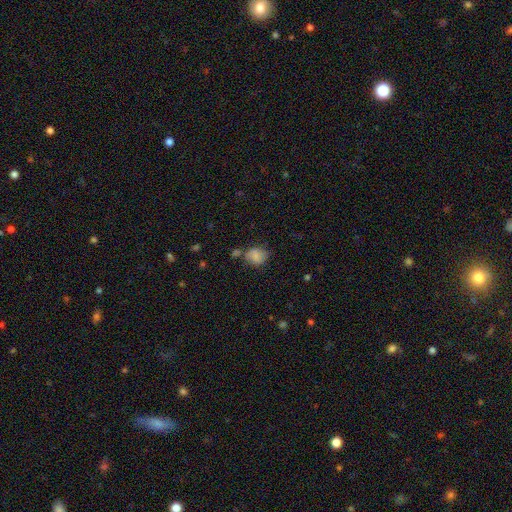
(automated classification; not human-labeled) Morphology: type=smooth (77%); roundness=round (62%); merging=none (58%).